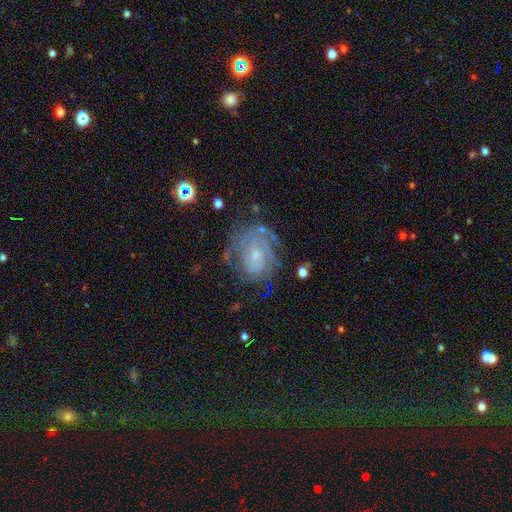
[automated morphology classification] smooth-or-featured: featured or disk: 77% | smooth: 14% | star or artifact: 8%
  disk-edge-on: no: 97% | yes: 3%
    bar: no: 59% | weak: 35% | strong: 6%
    has-spiral-arms: yes: 87% | no: 13%
      spiral-winding: tight: 62% | medium: 30% | loose: 9%
      spiral-arm-count: can't tell: 47% | 2: 22% | 3: 14% | 4: 7% | 1: 6% | more than 4: 5%
    bulge-size: small: 63% | moderate: 25% | none: 8% | large: 2% | dominant: 1%
  merging: none: 63% | minor disturbance: 20% | major disturbance: 14% | merger: 2%